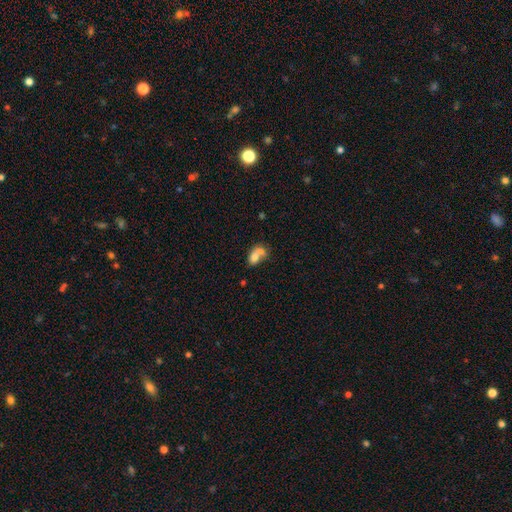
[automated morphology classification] The model was most divided on "how rounded": in between: 73%, round: 25%, cigar-shaped: 2%. More confident: smooth or featured — smooth (70%); merging — merger (66%).